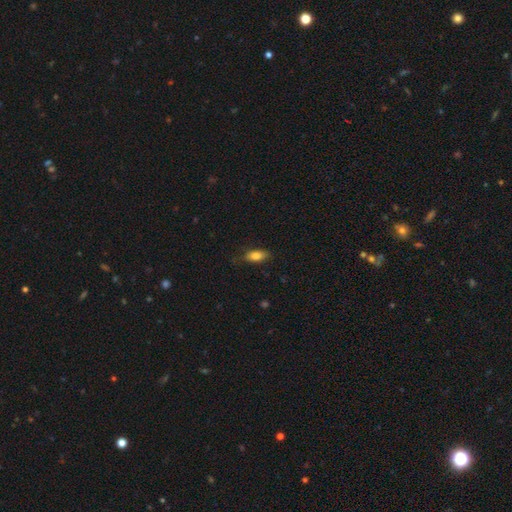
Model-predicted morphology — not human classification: Smooth or featured?
  - smooth: 83% *
  - featured or disk: 10%
  - star or artifact: 8%
How rounded?
  - in between: 84% *
  - cigar-shaped: 13%
  - round: 4%
Merging?
  - none: 77% *
  - minor disturbance: 18%
  - major disturbance: 4%
  - merger: 1%